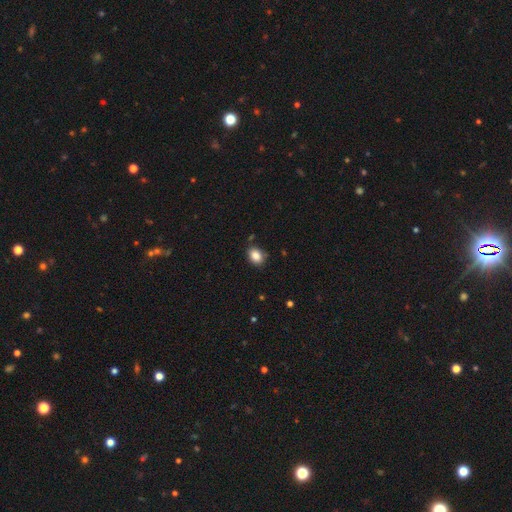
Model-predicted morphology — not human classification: The model was most divided on "how rounded": in between: 67%, round: 32%, cigar-shaped: 1%. More confident: smooth or featured — smooth (86%); merging — none (82%).